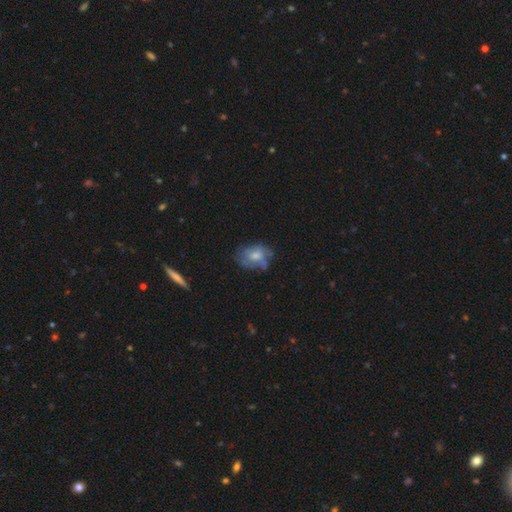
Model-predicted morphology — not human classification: smooth-or-featured: smooth: 52% | featured or disk: 39% | star or artifact: 9%
  how-rounded: in between: 72% | round: 27% | cigar-shaped: 1%
  merging: none: 50% | minor disturbance: 29% | major disturbance: 17% | merger: 3%